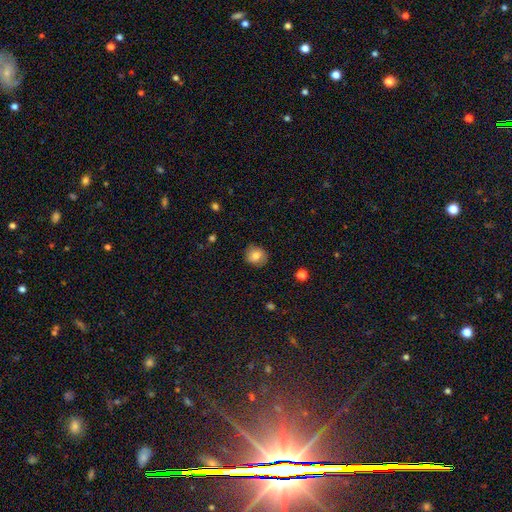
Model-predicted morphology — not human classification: Smooth or featured? Predicted: smooth (p=0.75). How rounded? Predicted: round (p=0.81). Merging? Predicted: none (p=0.82).